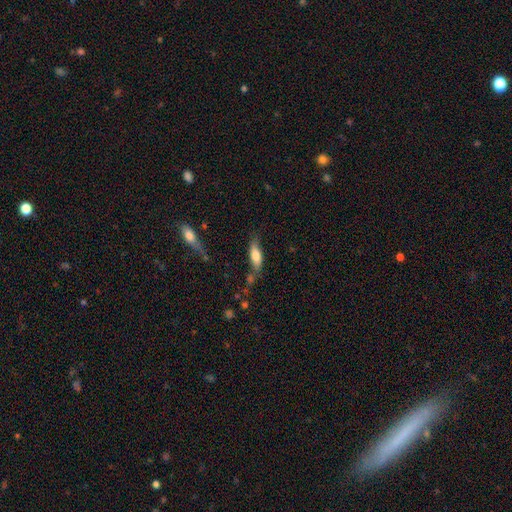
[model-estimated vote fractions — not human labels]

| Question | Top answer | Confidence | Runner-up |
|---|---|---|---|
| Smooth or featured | smooth | 68% | featured or disk (25%) |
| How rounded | in between | 65% | cigar-shaped (32%) |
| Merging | none | 54% | minor disturbance (26%) |